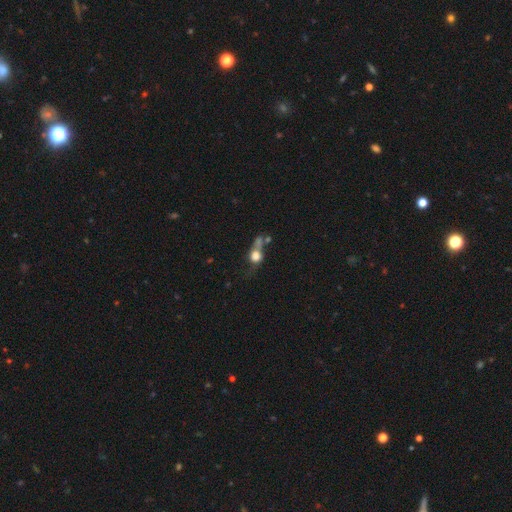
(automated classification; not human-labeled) Smooth or featured?
  - smooth: 64% *
  - featured or disk: 22%
  - star or artifact: 14%
How rounded?
  - round: 68% *
  - in between: 27%
  - cigar-shaped: 5%
Merging?
  - merger: 38% *
  - none: 25%
  - major disturbance: 24%
  - minor disturbance: 13%